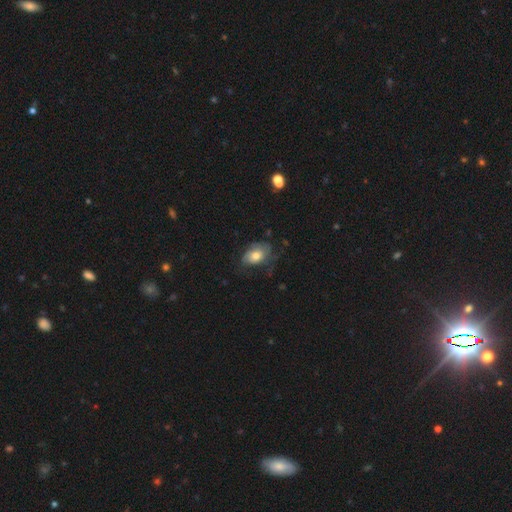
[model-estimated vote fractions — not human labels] Overall: smooth (61%; featured or disk 31%). How rounded: in between (85%). Merging: none (48%; minor disturbance 32%).